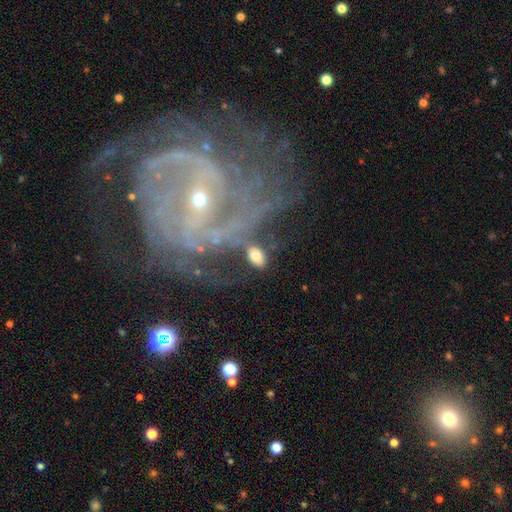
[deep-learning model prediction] This appears to be a smooth galaxy with no disk features (71%) that is in between round and cigar-shaped (88%). Merging: none (60%).